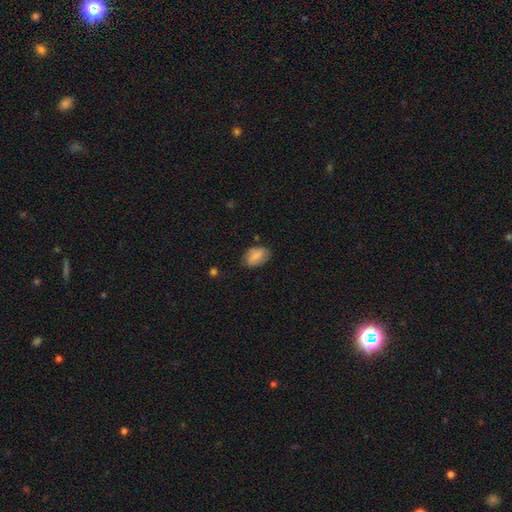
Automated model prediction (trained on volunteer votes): smooth_or_featured: smooth (p=0.65) [alt: featured or disk p=0.27]
how_rounded: in between (p=0.87) [alt: round p=0.11]
merging: none (p=0.71) [alt: minor disturbance p=0.22]